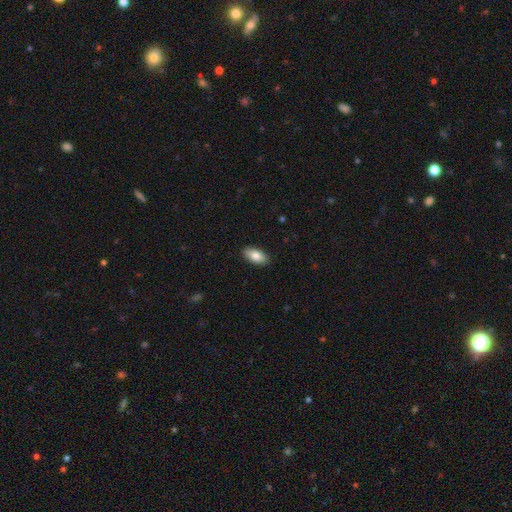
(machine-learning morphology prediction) Overall: smooth (83%). How rounded: in between (92%). Merging: none (89%).